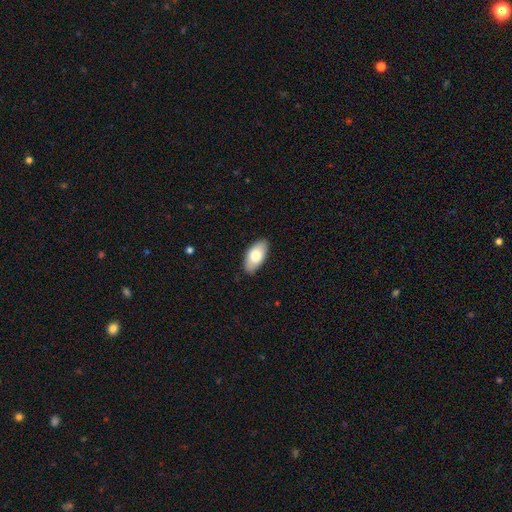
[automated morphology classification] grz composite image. It shows a smooth galaxy with no disk features (77%) that is in between round and cigar-shaped (94%). Merging: none (85%).